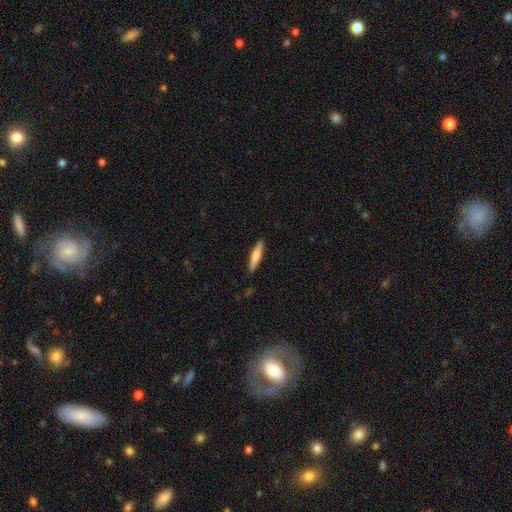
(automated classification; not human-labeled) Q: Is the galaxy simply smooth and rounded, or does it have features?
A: smooth — 70%.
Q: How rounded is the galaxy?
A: cigar-shaped — 85%.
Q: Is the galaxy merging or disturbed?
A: none — 90%.